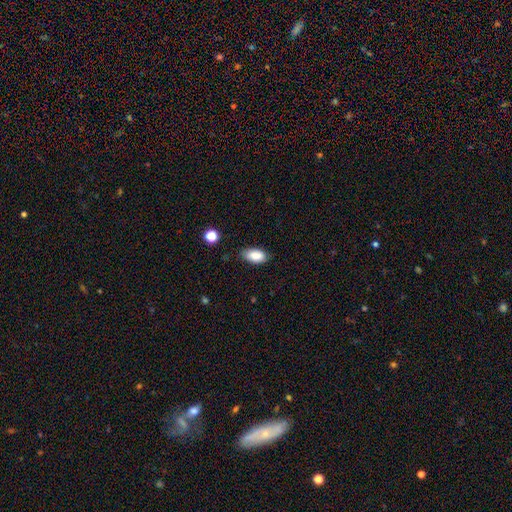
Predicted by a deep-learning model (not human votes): This is clearly a smooth galaxy (86%). How rounded: clearly in between (93%). Merging: likely none (77%).